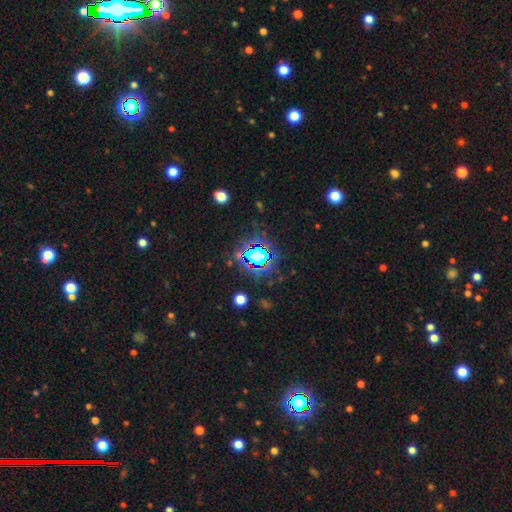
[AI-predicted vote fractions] This appears to be a star or artifact, not a galaxy (61%).